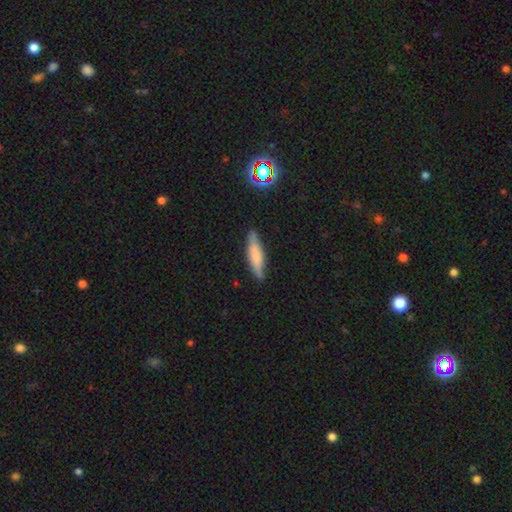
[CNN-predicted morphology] Smooth or featured? Predicted: smooth (p=0.66). How rounded? Predicted: cigar-shaped (p=0.78). Merging? Predicted: none (p=0.85).